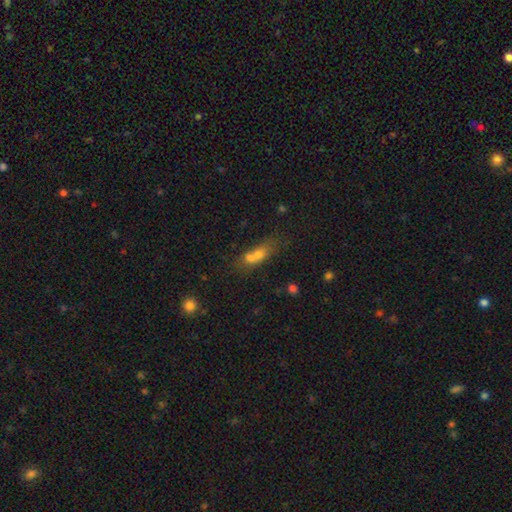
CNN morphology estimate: This appears to be a smooth galaxy with no disk features (63%) that is in between round and cigar-shaped (56%). Merging: merger (60%).